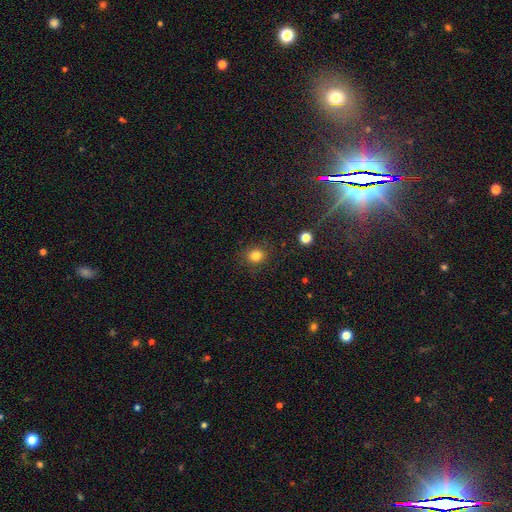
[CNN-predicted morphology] Smooth or featured?
  - smooth: 83% *
  - star or artifact: 12%
  - featured or disk: 5%
How rounded?
  - round: 75% *
  - in between: 24%
  - cigar-shaped: 1%
Merging?
  - none: 85% *
  - minor disturbance: 10%
  - major disturbance: 3%
  - merger: 1%